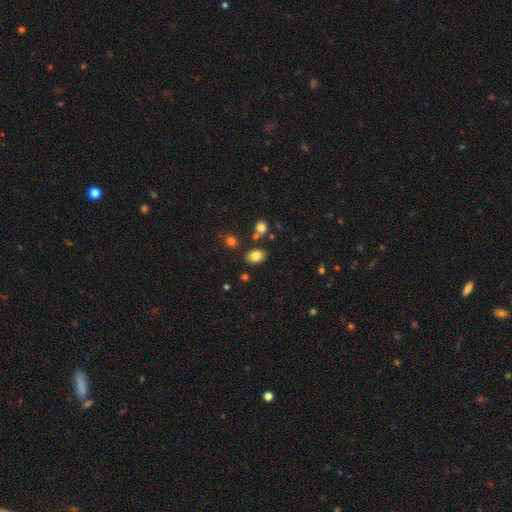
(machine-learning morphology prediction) A smooth galaxy with no disk features (82%) that is in between round and cigar-shaped (81%). Merging: none (81%).